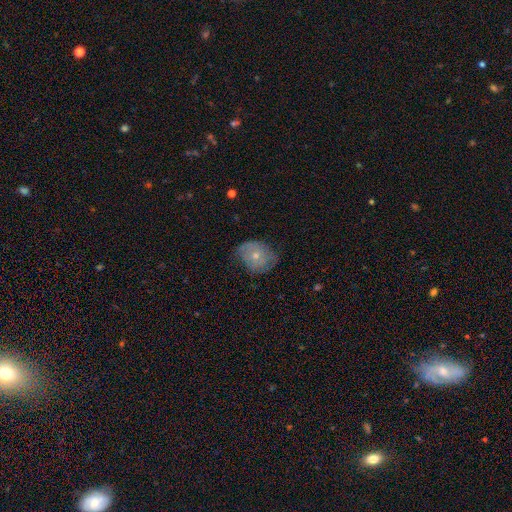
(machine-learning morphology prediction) Q: Smooth or featured?
A: featured or disk (49%); runner-up: smooth (44%)
Q: Merging?
A: none (55%); runner-up: minor disturbance (31%)